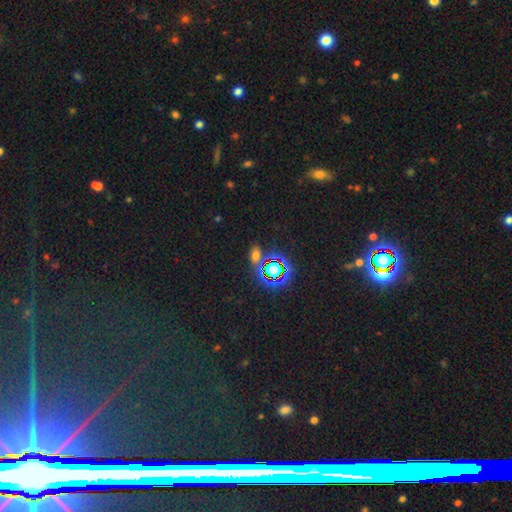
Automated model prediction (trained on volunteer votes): Smooth or featured? smooth (48%)
Merging? none (75%)